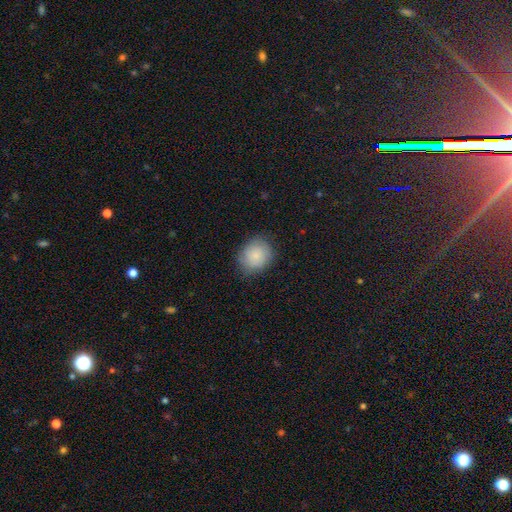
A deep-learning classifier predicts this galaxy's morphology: This appears to be a smooth galaxy with no disk features (84%) that is round (73%). Merging: none (79%).